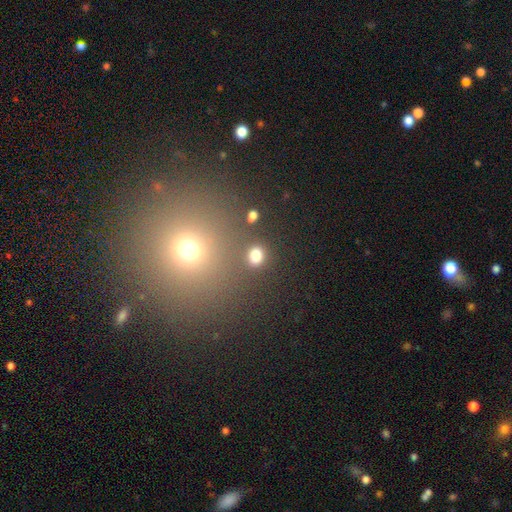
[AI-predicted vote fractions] Q: Smooth or featured?
A: smooth (79%); runner-up: star or artifact (15%)
Q: How rounded?
A: round (61%); runner-up: in between (38%)
Q: Merging?
A: none (82%); runner-up: minor disturbance (8%)